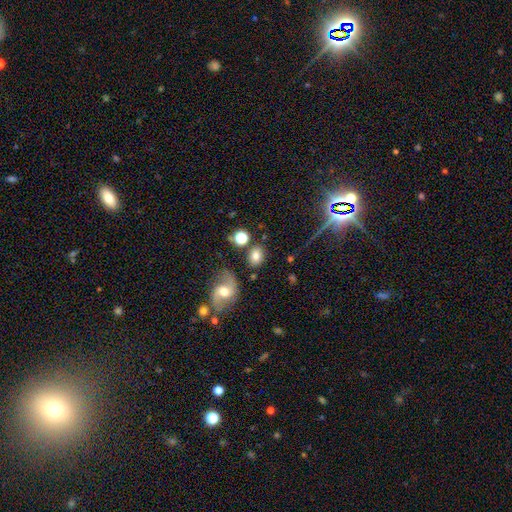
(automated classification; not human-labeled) This is likely a smooth galaxy (75%). How rounded: likely in between (62%). Merging: likely none (79%).